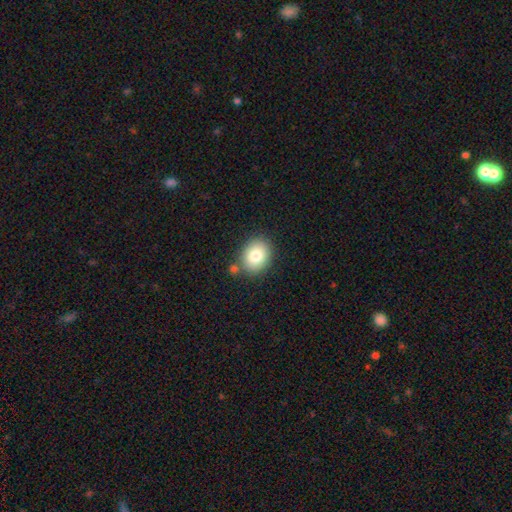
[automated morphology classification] Smooth or featured? Predicted: smooth (p=0.82). How rounded? Predicted: in between (p=0.56). Merging? Predicted: none (p=0.80).